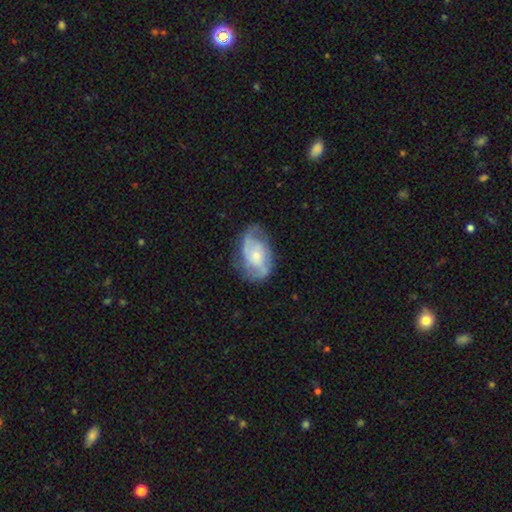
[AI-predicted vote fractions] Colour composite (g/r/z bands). It shows a featured or disk galaxy (75%) with no bar (66%), 2 (74%) medium (48%) spiral arms (90%) and a small central bulge (53%). Merging: none (65%).